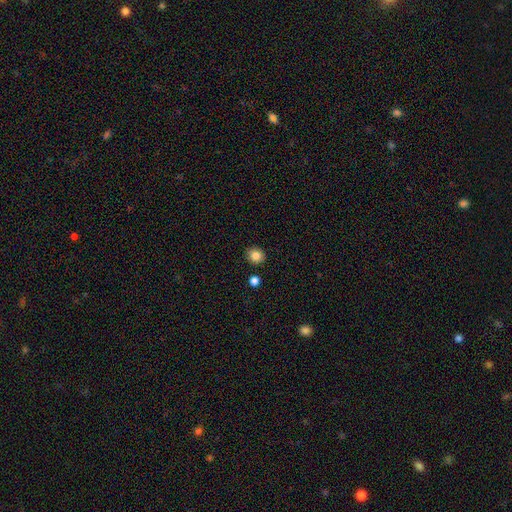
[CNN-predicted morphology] Smooth or featured? Predicted: smooth (p=0.85). How rounded? Predicted: round (p=0.83). Merging? Predicted: none (p=0.88).